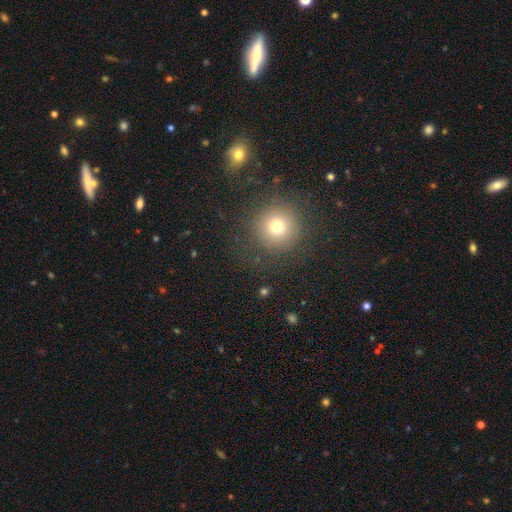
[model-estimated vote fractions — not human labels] Overall: smooth (57%; star or artifact 33%). How rounded: round (93%). Merging: none (88%).